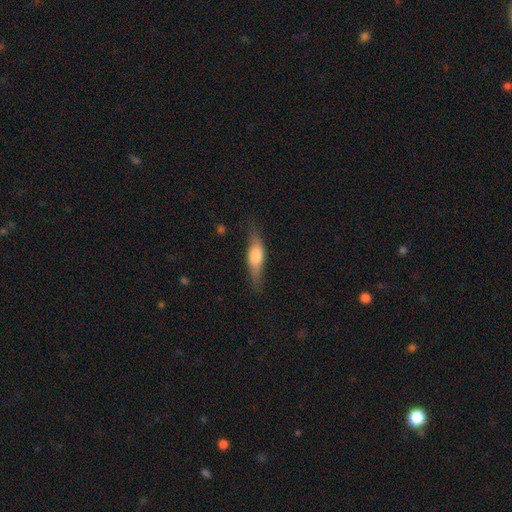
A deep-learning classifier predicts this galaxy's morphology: smooth-or-featured: smooth: 56% | featured or disk: 38% | star or artifact: 6%
  how-rounded: cigar-shaped: 51% | in between: 46% | round: 3%
  merging: none: 71% | minor disturbance: 21% | major disturbance: 6% | merger: 2%